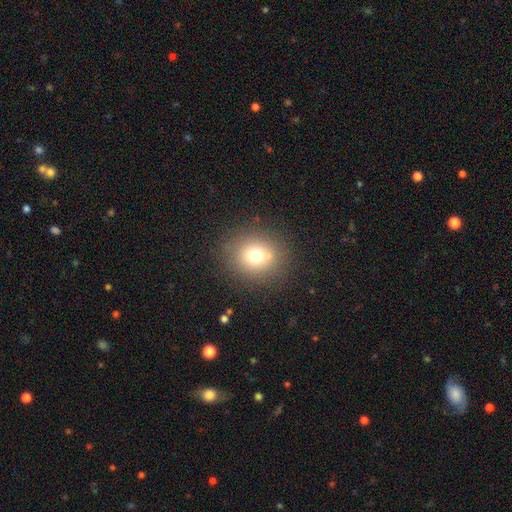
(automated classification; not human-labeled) A smooth galaxy with no disk features (71%) that is round (80%).

Vote fractions:
- Smooth or featured? smooth: 71% / star or artifact: 16% / featured or disk: 13%
- How rounded? round: 80% / in between: 19% / cigar-shaped: 1%
- Merging? none: 84% / minor disturbance: 10% / major disturbance: 5% / merger: 2%